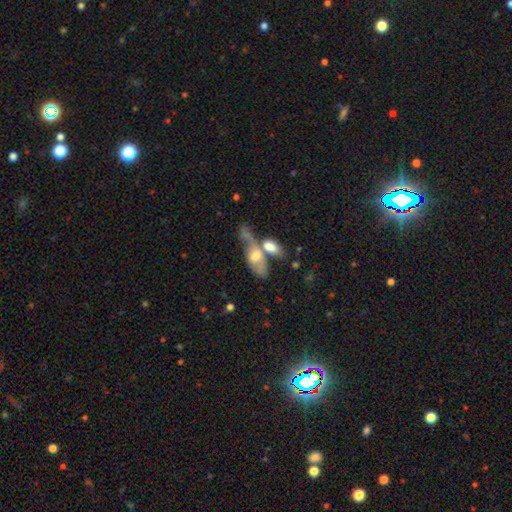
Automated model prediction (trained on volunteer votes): A smooth galaxy with no disk features (50%) that is in between round and cigar-shaped (75%).

Vote fractions:
- Smooth or featured? smooth: 50% / featured or disk: 42% / star or artifact: 7%
- How rounded? in between: 75% / cigar-shaped: 19% / round: 6%
- Merging? merger: 53% / none: 23% / major disturbance: 13% / minor disturbance: 12%